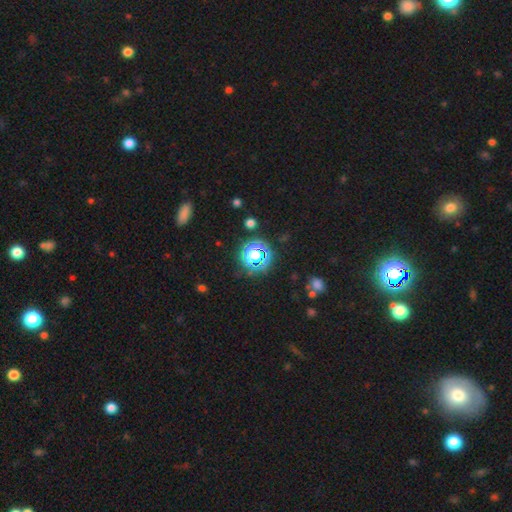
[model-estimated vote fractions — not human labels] star or artifact 59%, smooth 31%, featured or disk 10%.